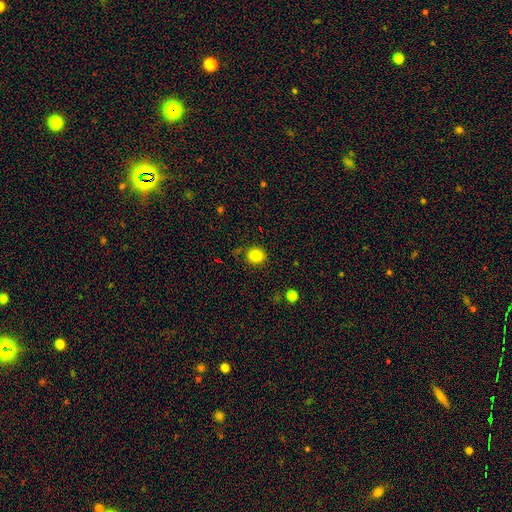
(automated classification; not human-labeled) This is clearly a smooth galaxy (83%). How rounded: clearly round (80%). Merging: clearly none (85%).